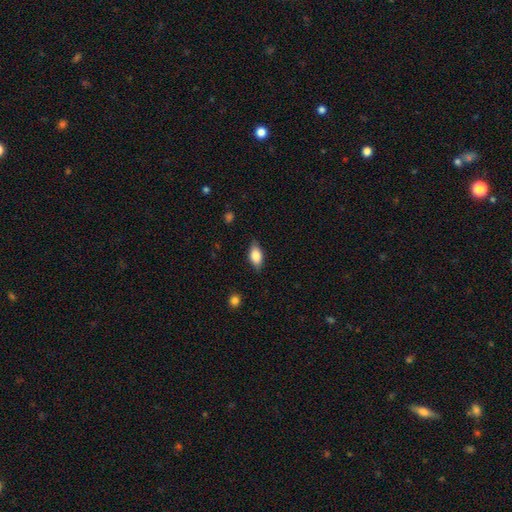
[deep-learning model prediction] Smooth or featured? smooth (79%)
How rounded? in between (88%)
Merging? none (81%)